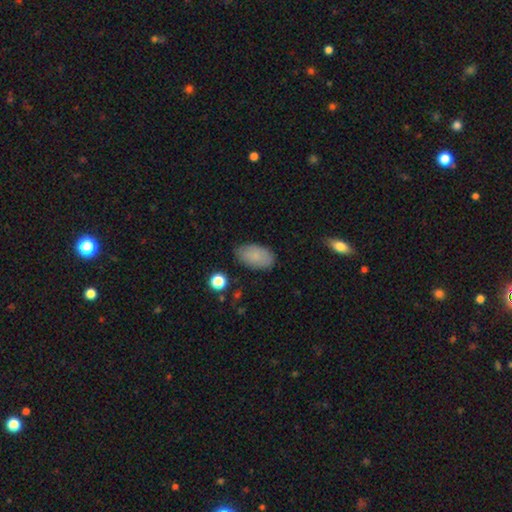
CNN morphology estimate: smooth_or_featured: smooth (p=0.83) [alt: featured or disk p=0.09]
how_rounded: in between (p=0.94) [alt: round p=0.05]
merging: none (p=0.82) [alt: minor disturbance p=0.13]